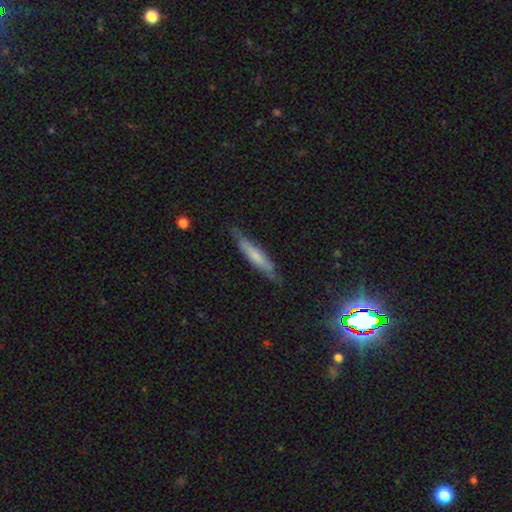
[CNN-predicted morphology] Q: Smooth or featured?
A: smooth (55%); runner-up: featured or disk (38%)
Q: How rounded?
A: cigar-shaped (89%); runner-up: in between (9%)
Q: Merging?
A: none (78%); runner-up: minor disturbance (17%)